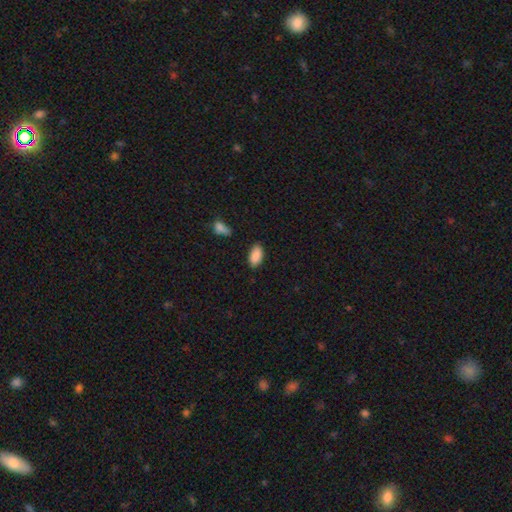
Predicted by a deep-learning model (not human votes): Overall: smooth (89%). How rounded: in between (93%). Merging: none (83%).